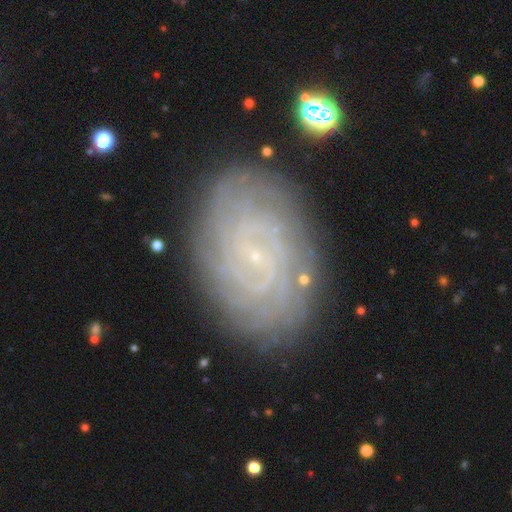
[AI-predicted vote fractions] The model was most divided on "spiral arm count": can't tell: 34%, more than 4: 16%, 4: 16%, 2: 14%, 3: 11%, 1: 8%. More confident: edge-on disk — no (97%); spiral arms — yes (96%); bulge size — small (89%); merging — none (84%); smooth or featured — featured or disk (83%); spiral winding — tight (82%); bar — no (64%).